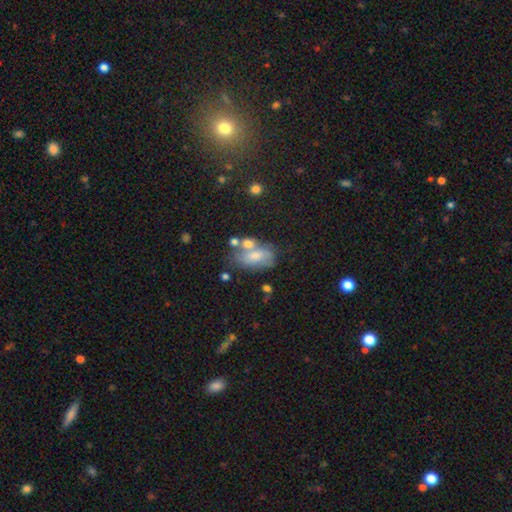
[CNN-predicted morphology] The model was most divided on "merging": none: 37%, merger: 29%, minor disturbance: 20%, major disturbance: 13%. More confident: how rounded — in between (87%); smooth or featured — smooth (62%).